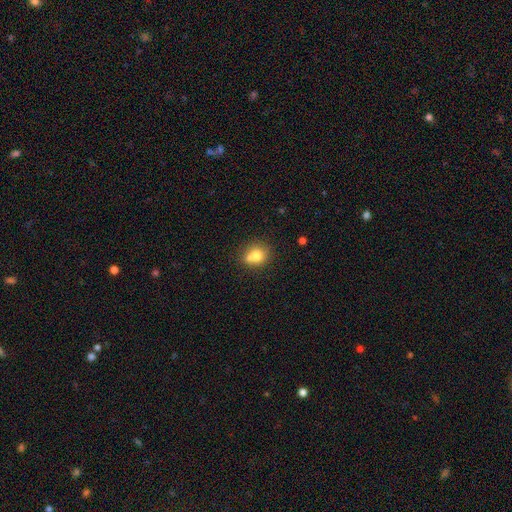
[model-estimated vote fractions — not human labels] smooth_or_featured: smooth (p=0.74) [alt: featured or disk p=0.15]
how_rounded: round (p=0.77) [alt: in between p=0.22]
merging: none (p=0.47) [alt: merger p=0.38]